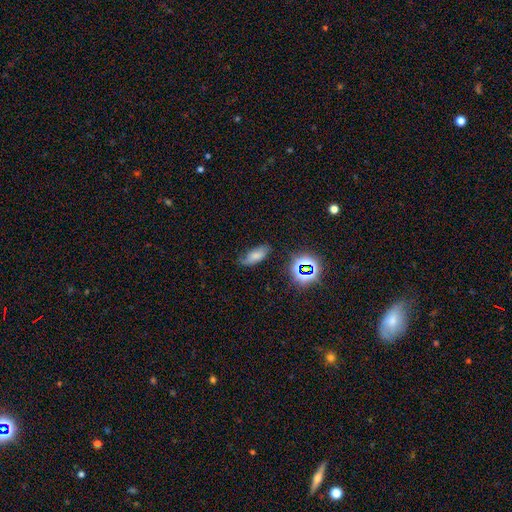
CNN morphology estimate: Smooth or featured? Predicted: smooth (p=0.62). How rounded? Predicted: in between (p=0.81). Merging? Predicted: none (p=0.60).